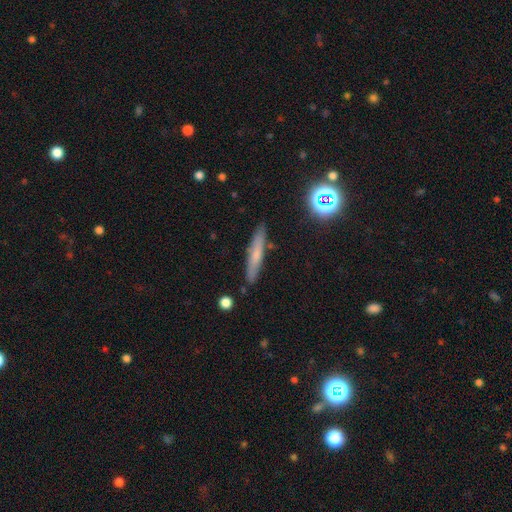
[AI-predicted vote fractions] Smooth or featured: smooth — 58% (featured or disk — 31%)
How rounded: cigar-shaped — 91% (in between — 7%)
Merging: none — 86% (minor disturbance — 10%)